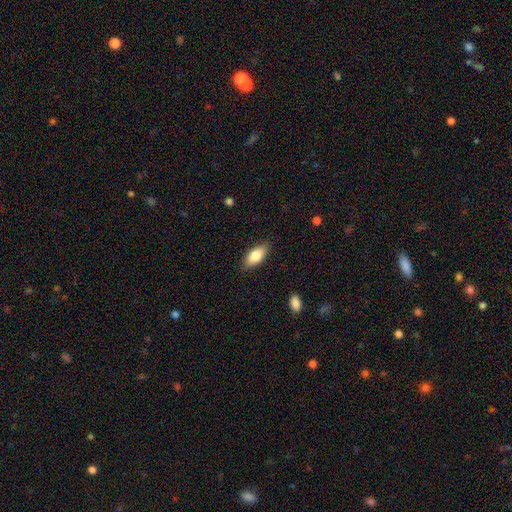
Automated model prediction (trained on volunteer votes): Smooth or featured? Predicted: smooth (p=0.82). How rounded? Predicted: in between (p=0.87). Merging? Predicted: none (p=0.86).